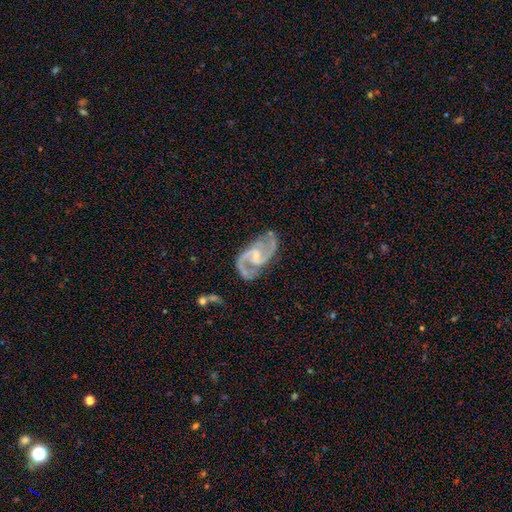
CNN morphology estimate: A featured or disk galaxy (92%) with a weak bar (54%), 2 (91%) medium (61%) spiral arms (98%) and a small central bulge (58%).

Vote fractions:
- Smooth or featured? featured or disk: 92% / star or artifact: 4% / smooth: 3%
- Edge-on disk? no: 98% / yes: 2%
- Bar? weak: 54% / no: 30% / strong: 16%
- Spiral arms? yes: 98% / no: 2%
- Spiral winding? medium: 61% / loose: 23% / tight: 16%
- Spiral arm count? 2: 91% / 3: 3% / can't tell: 2% / 1: 1% / 4: 1% / more than 4: 1%
- Bulge size? small: 58% / moderate: 33% / none: 7% / large: 1% / dominant: 1%
- Merging? none: 71% / minor disturbance: 19% / major disturbance: 7% / merger: 2%